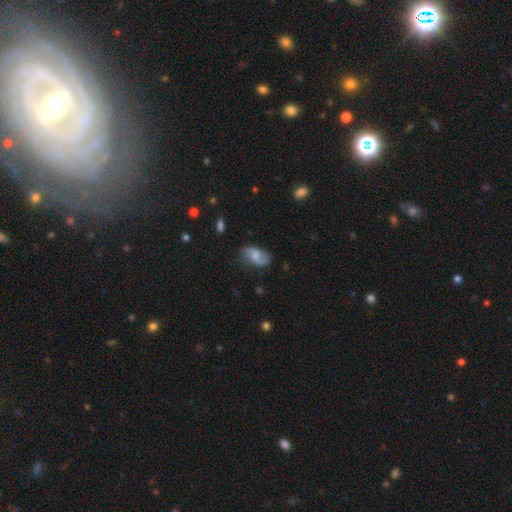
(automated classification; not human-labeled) A featured or disk galaxy (49%).

Vote fractions:
- Smooth or featured? featured or disk: 49% / smooth: 43% / star or artifact: 8%
- Merging? none: 70% / minor disturbance: 22% / major disturbance: 7% / merger: 2%